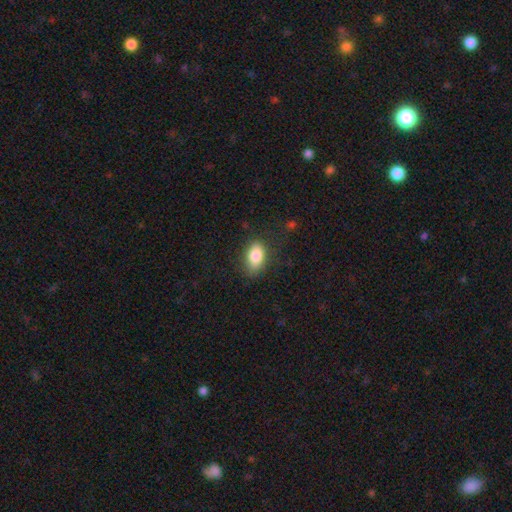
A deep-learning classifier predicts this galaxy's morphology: This is clearly a smooth galaxy (83%). How rounded: clearly in between (90%). Merging: likely none (79%).